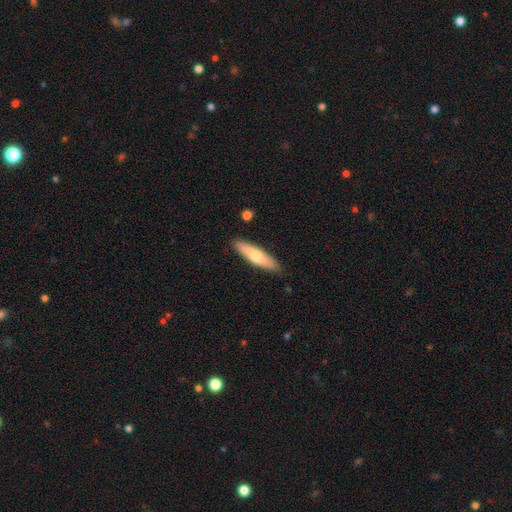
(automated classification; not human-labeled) Morphology: type=smooth (66%); roundness=cigar-shaped (73%); merging=none (86%).